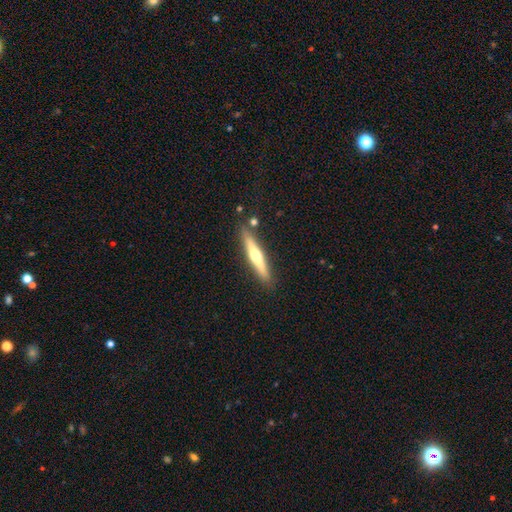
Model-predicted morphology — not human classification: A featured or disk galaxy (58%) viewed edge-on (96%) with a rounded central bulge (89%).

Vote fractions:
- Smooth or featured? featured or disk: 58% / smooth: 36% / star or artifact: 6%
- Edge-on disk? yes: 96% / no: 4%
- Edge-on bulge? rounded: 89% / none: 8% / boxy: 3%
- Merging? none: 86% / minor disturbance: 9% / merger: 3% / major disturbance: 2%